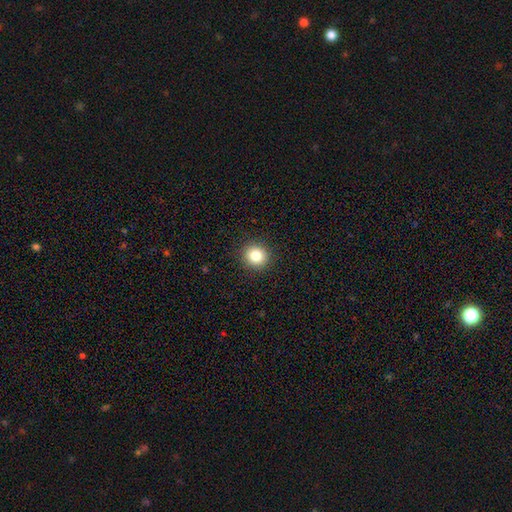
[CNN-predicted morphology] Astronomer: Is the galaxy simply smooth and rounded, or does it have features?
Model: smooth — 82%.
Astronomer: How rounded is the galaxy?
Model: round — 92%.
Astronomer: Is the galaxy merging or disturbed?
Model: none — 92%.